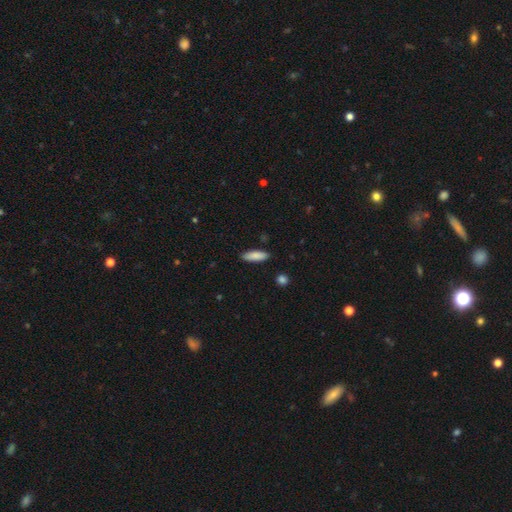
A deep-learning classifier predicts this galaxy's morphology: smooth-or-featured: smooth: 86% | featured or disk: 7% | star or artifact: 6%
  how-rounded: in between: 54% | cigar-shaped: 44% | round: 2%
  merging: none: 88% | minor disturbance: 9% | major disturbance: 2% | merger: 1%